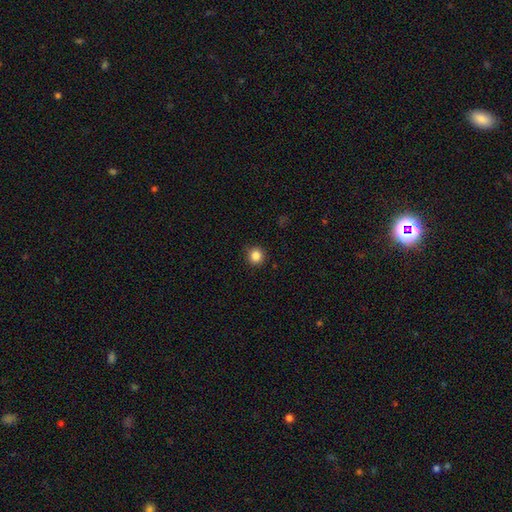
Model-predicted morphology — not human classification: Overall: smooth (86%). How rounded: round (93%). Merging: none (89%).